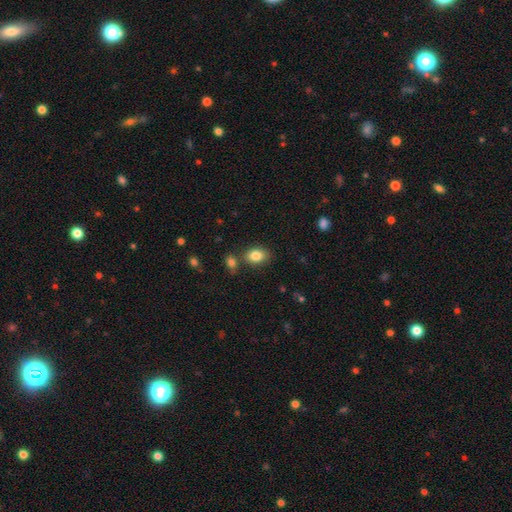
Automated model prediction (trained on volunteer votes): Morphology: type=smooth (84%); roundness=in between (79%); merging=none (74%).